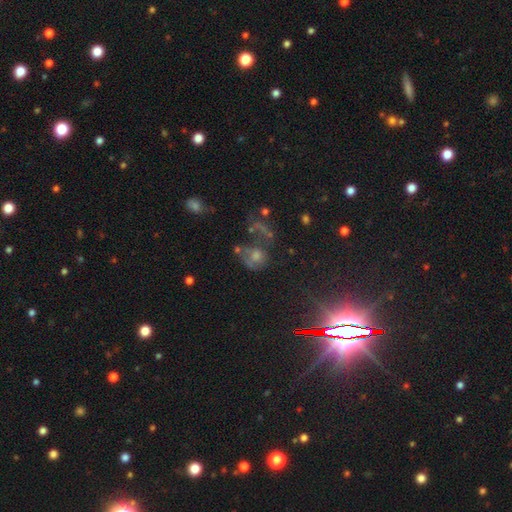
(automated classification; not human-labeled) Smooth or featured: star or artifact — 36% (featured or disk — 34%)